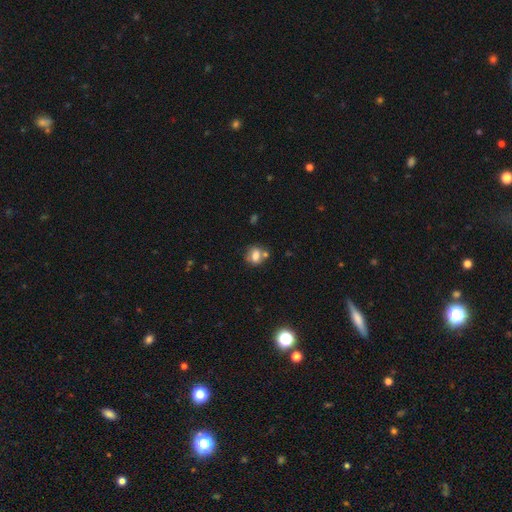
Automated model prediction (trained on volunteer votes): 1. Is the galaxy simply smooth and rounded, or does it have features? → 70% smooth, 19% featured or disk, 11% star or artifact.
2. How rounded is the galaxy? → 53% round, 45% in between, 2% cigar-shaped.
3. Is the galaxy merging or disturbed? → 57% none, 22% merger, 15% minor disturbance, 5% major disturbance.